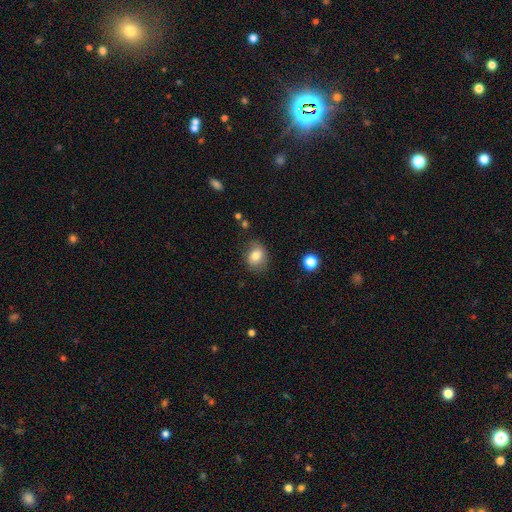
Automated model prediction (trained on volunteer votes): Smooth or featured?
  - smooth: 79% *
  - featured or disk: 11%
  - star or artifact: 10%
How rounded?
  - round: 55% *
  - in between: 44%
  - cigar-shaped: 1%
Merging?
  - none: 75% *
  - minor disturbance: 18%
  - major disturbance: 5%
  - merger: 2%